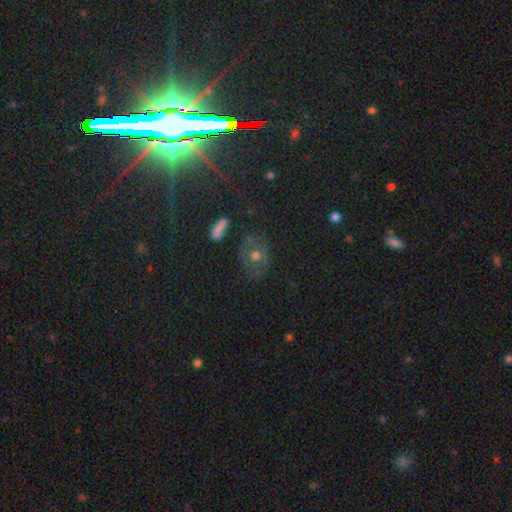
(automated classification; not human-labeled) smooth-or-featured: smooth: 48% | featured or disk: 35% | star or artifact: 17%
  merging: none: 75% | minor disturbance: 15% | major disturbance: 8% | merger: 3%